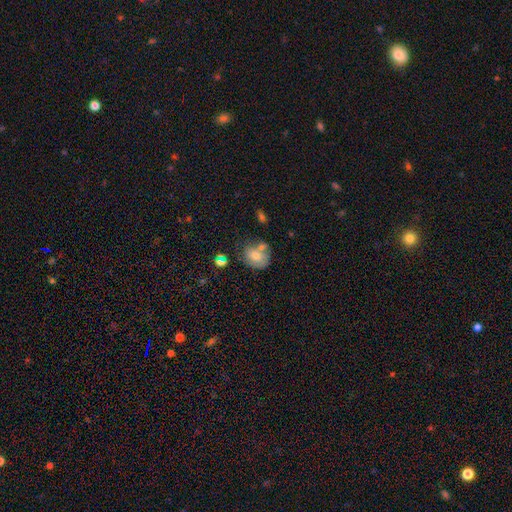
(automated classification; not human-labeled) Smooth or featured: smooth — 64% (featured or disk — 27%)
How rounded: round — 55% (in between — 44%)
Merging: none — 47% (merger — 25%)